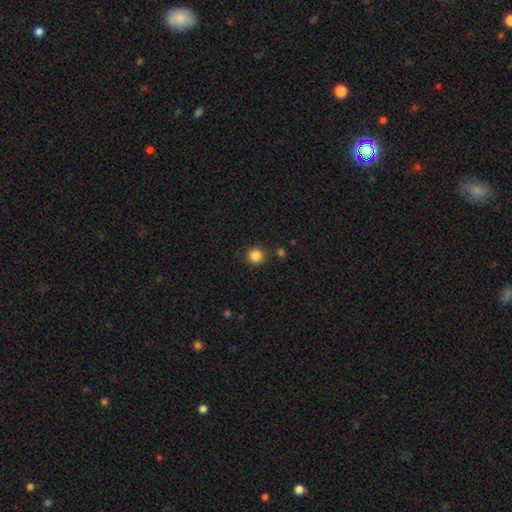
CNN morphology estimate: This appears to be a smooth galaxy with no disk features (86%) that is round (93%). Merging: none (88%).